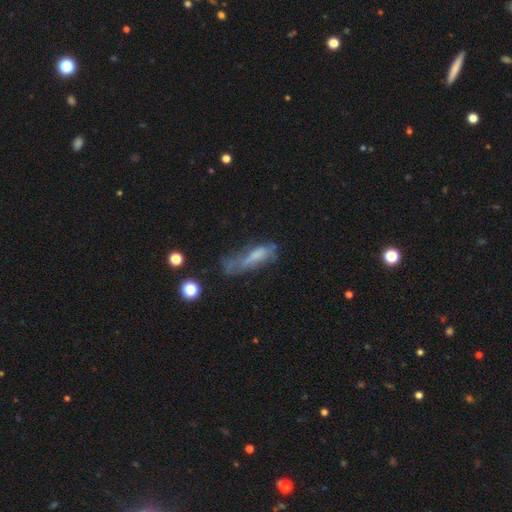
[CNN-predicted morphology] Smooth or featured: smooth — 53% (featured or disk — 34%)
How rounded: cigar-shaped — 57% (in between — 40%)
Merging: major disturbance — 35% (none — 30%)